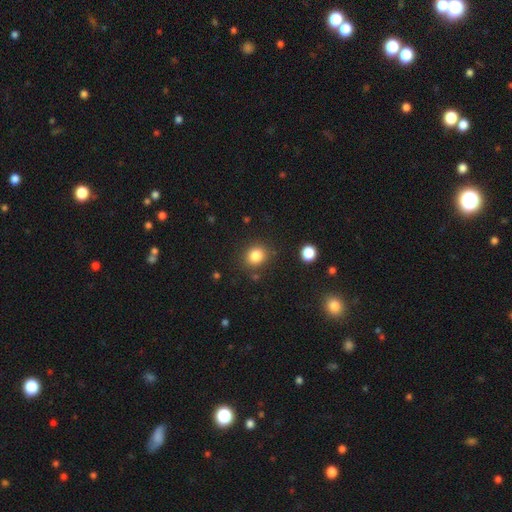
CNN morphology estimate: This appears to be a smooth galaxy with no disk features (84%) that is round (71%). Merging: none (85%).